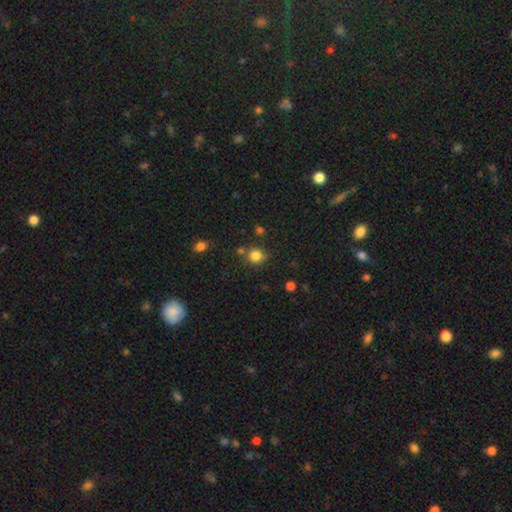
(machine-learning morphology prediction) smooth_or_featured: smooth (p=0.82) [alt: star or artifact p=0.13]
how_rounded: round (p=0.85) [alt: in between p=0.14]
merging: none (p=0.77) [alt: minor disturbance p=0.11]